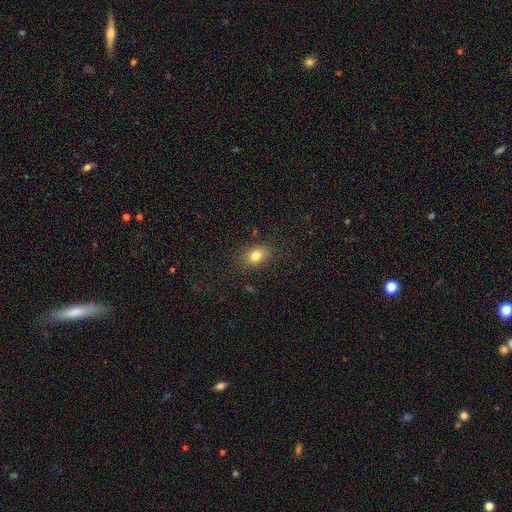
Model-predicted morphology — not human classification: Overall: smooth (79%). How rounded: in between (62%; round 37%). Merging: none (83%).